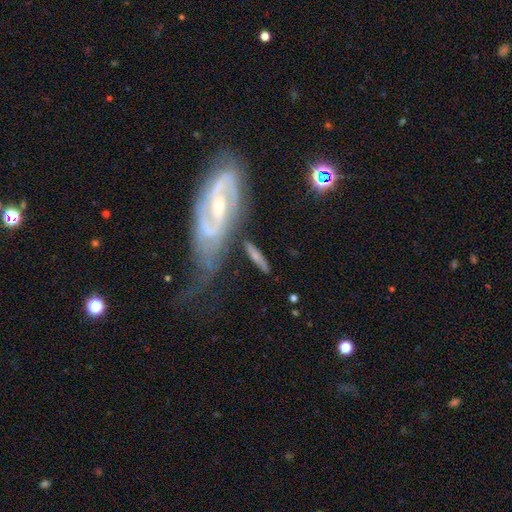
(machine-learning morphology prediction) This is possibly a featured or disk galaxy (53%). It is possibly not viewed edge-on (54%). Merging: likely none (64%).